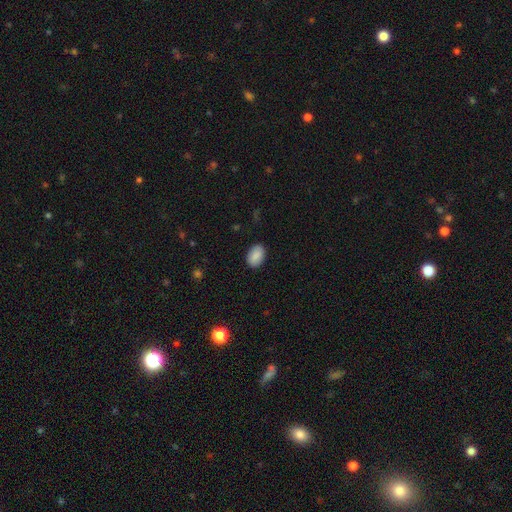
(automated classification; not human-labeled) smooth-or-featured: smooth: 89% | star or artifact: 7% | featured or disk: 4%
  how-rounded: in between: 87% | round: 12% | cigar-shaped: 1%
  merging: none: 88% | minor disturbance: 9% | major disturbance: 2% | merger: 1%